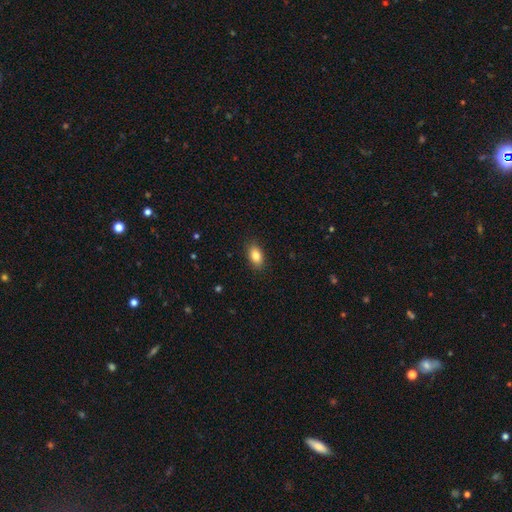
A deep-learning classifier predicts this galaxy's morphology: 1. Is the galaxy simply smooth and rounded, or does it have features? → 84% smooth, 8% star or artifact, 8% featured or disk.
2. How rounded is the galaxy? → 88% in between, 9% round, 3% cigar-shaped.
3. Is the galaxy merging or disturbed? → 88% none, 9% minor disturbance, 2% major disturbance, 1% merger.